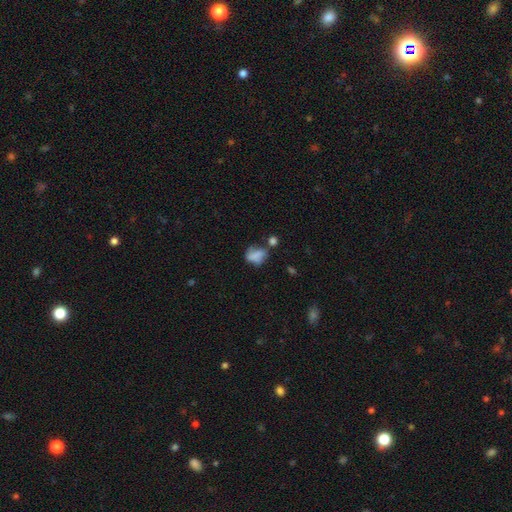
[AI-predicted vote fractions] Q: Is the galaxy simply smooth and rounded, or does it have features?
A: smooth — 66%.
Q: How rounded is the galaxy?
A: in between — 67%.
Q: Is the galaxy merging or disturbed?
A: none — 37%.